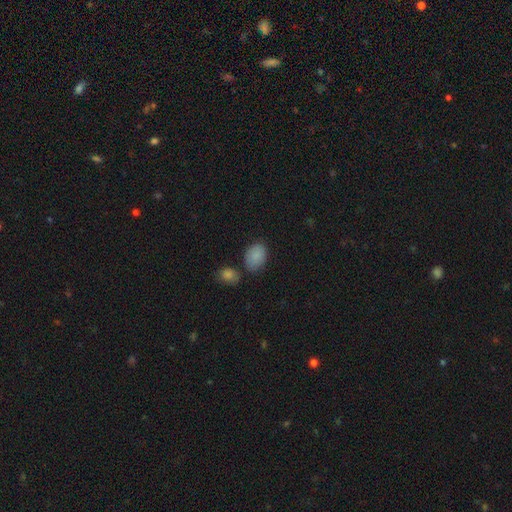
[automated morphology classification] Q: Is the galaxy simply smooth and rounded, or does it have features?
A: smooth — 87%.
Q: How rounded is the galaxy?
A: in between — 81%.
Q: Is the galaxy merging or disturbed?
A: none — 68%.